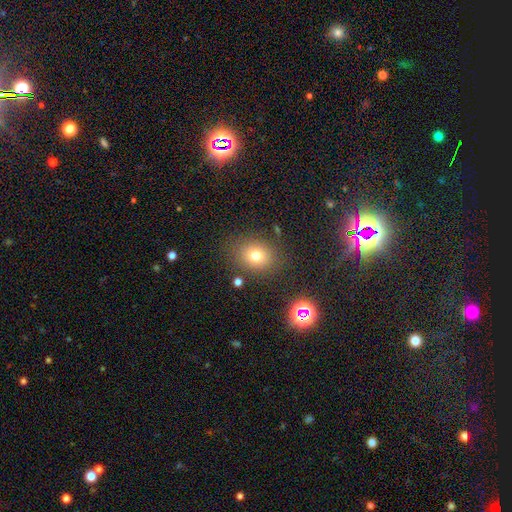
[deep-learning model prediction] Smooth or featured? Predicted: smooth (p=0.75). How rounded? Predicted: round (p=0.62). Merging? Predicted: none (p=0.81).